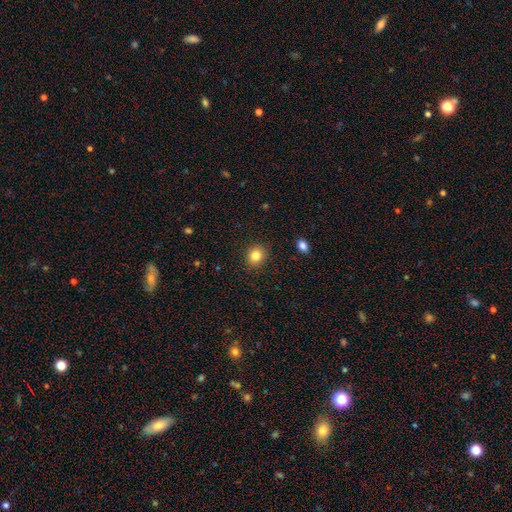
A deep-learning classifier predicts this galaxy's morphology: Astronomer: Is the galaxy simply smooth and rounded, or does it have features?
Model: smooth — 82%.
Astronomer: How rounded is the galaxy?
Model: round — 81%.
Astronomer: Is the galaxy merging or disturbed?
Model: none — 91%.